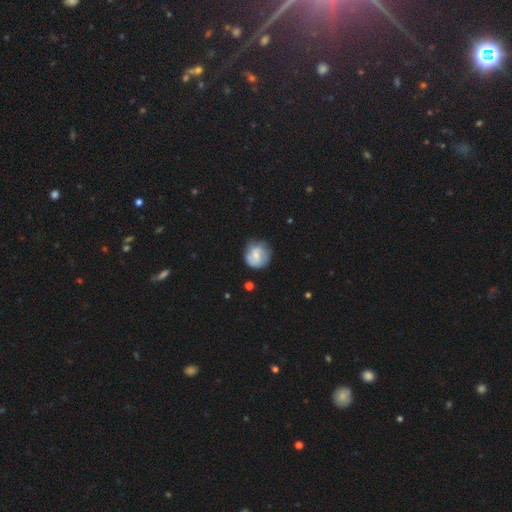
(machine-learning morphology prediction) A smooth galaxy with no disk features (54%) that is round (84%).

Vote fractions:
- Smooth or featured? smooth: 54% / featured or disk: 38% / star or artifact: 8%
- How rounded? round: 84% / in between: 15% / cigar-shaped: 1%
- Merging? none: 59% / minor disturbance: 26% / major disturbance: 11% / merger: 4%